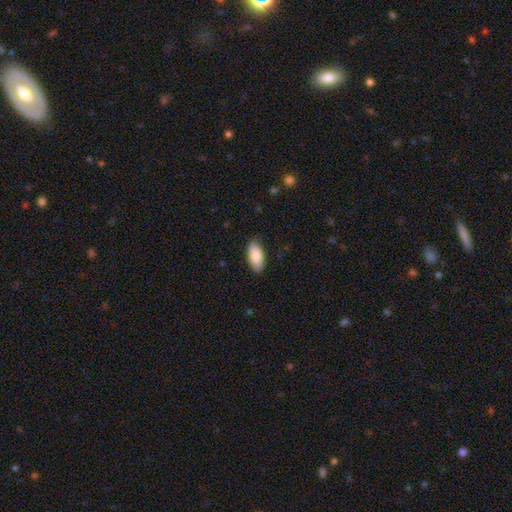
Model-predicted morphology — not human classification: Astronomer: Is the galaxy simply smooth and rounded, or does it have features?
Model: smooth — 88%.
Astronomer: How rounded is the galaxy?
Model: in between — 91%.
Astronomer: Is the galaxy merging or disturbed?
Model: none — 86%.